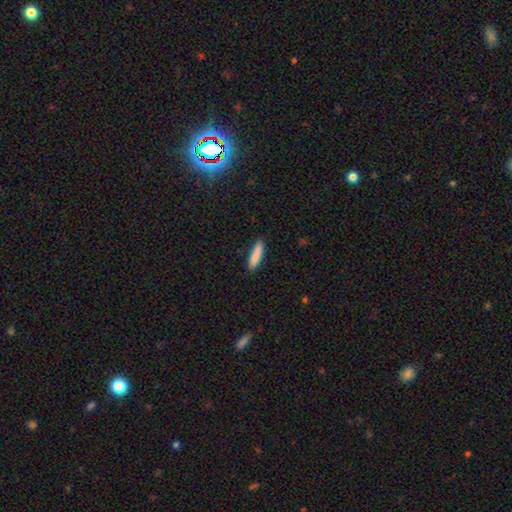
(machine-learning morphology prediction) A smooth galaxy with no disk features (86%) that is cigar-shaped (76%).

Vote fractions:
- Smooth or featured? smooth: 86% / featured or disk: 8% / star or artifact: 6%
- How rounded? cigar-shaped: 76% / in between: 23% / round: 2%
- Merging? none: 87% / minor disturbance: 10% / major disturbance: 2% / merger: 1%